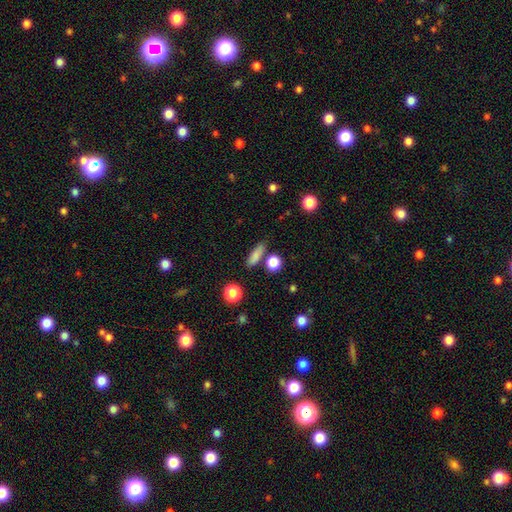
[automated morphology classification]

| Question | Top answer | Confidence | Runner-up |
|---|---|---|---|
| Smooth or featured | smooth | 81% | star or artifact (10%) |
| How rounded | cigar-shaped | 47% | in between (40%) |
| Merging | none | 77% | minor disturbance (12%) |